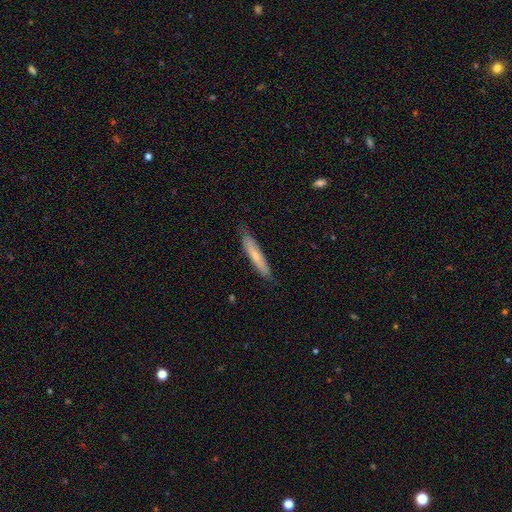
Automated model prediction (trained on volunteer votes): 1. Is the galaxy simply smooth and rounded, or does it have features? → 59% smooth, 35% featured or disk, 6% star or artifact.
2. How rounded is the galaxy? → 90% cigar-shaped, 9% in between, 1% round.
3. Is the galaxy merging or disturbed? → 83% none, 14% minor disturbance, 2% major disturbance, 1% merger.